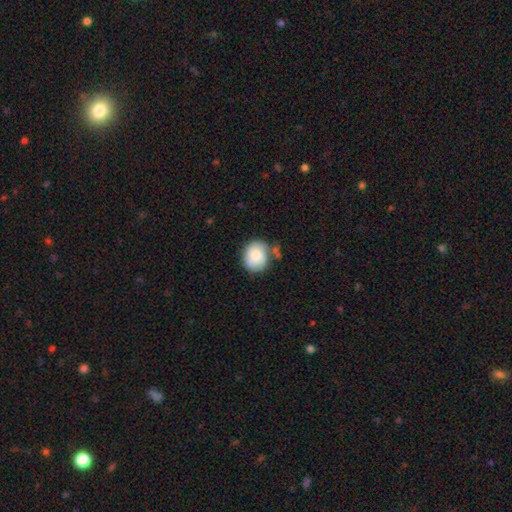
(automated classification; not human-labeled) This appears to be a smooth galaxy with no disk features (83%) that is round (65%). Merging: none (60%).